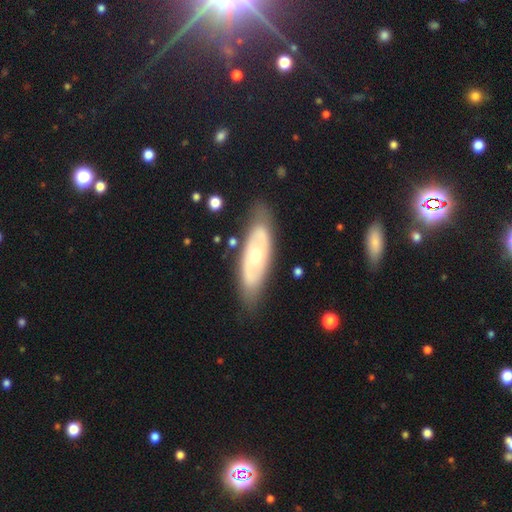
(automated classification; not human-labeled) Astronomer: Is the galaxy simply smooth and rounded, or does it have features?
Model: featured or disk — 63%.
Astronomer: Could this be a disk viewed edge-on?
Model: no — 83%.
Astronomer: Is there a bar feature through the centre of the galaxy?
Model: no — 78%.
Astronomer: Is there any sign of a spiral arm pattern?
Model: no — 53% (runner-up: yes, 47%).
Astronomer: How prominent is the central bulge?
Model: moderate — 53% (runner-up: small, 42%).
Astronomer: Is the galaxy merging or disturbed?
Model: none — 80%.